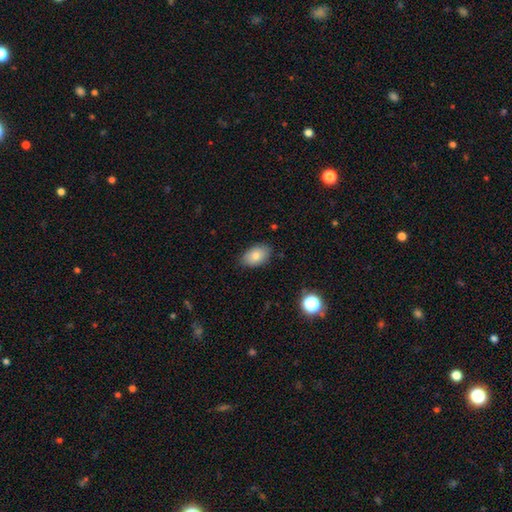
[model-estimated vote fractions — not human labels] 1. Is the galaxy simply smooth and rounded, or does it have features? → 80% smooth, 11% featured or disk, 9% star or artifact.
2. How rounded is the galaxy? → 89% in between, 10% round, 1% cigar-shaped.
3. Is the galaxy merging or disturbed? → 83% none, 13% minor disturbance, 3% major disturbance, 1% merger.